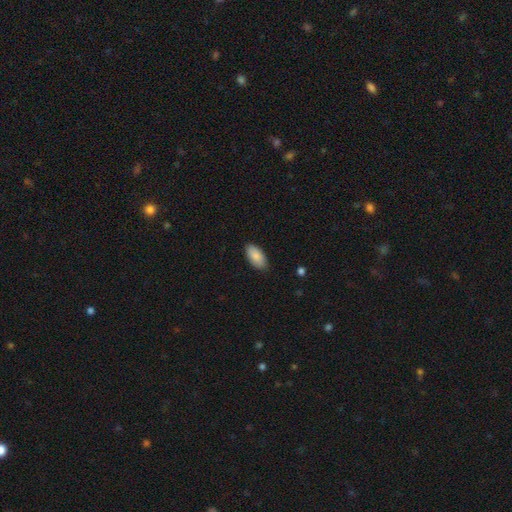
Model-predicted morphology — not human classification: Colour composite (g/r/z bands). It shows a smooth galaxy with no disk features (87%) that is in between round and cigar-shaped (94%). Merging: none (85%).